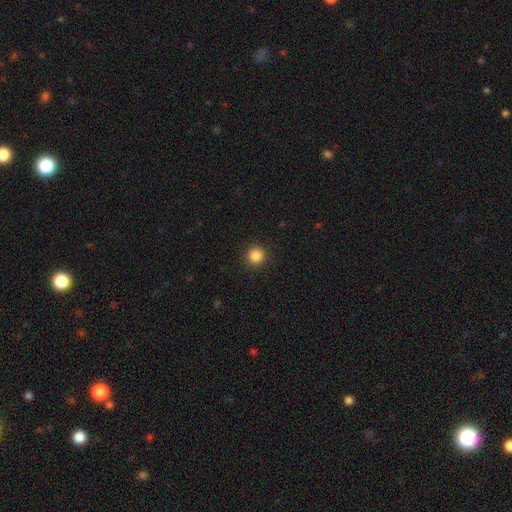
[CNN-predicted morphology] The model was most divided on "smooth or featured": smooth: 86%, star or artifact: 11%, featured or disk: 3%. More confident: how rounded — round (95%); merging — none (93%).